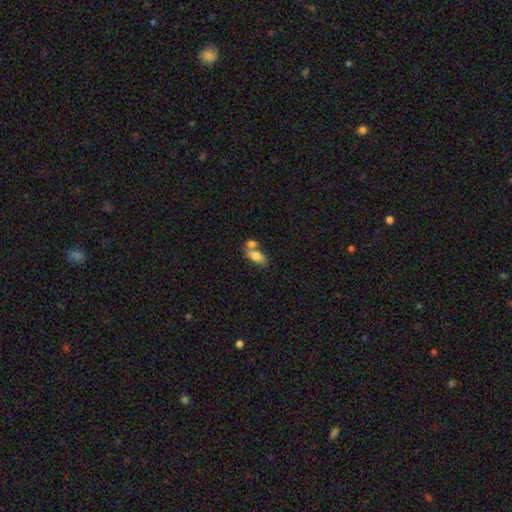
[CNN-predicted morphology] Overall: smooth (77%). How rounded: in between (86%). Merging: merger (48%; none 36%).